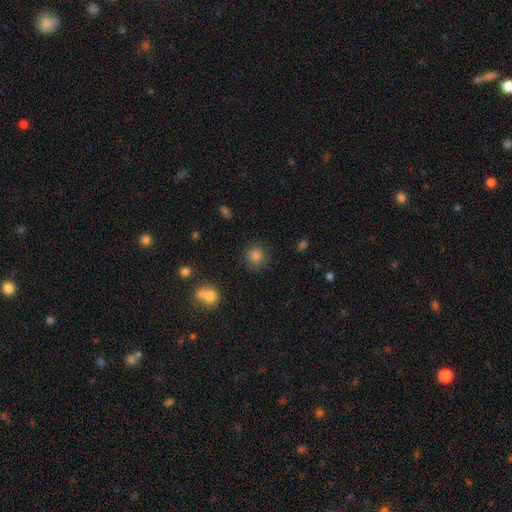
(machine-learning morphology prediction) Smooth or featured?
  - smooth: 82% *
  - star or artifact: 12%
  - featured or disk: 6%
How rounded?
  - round: 89% *
  - in between: 10%
  - cigar-shaped: 1%
Merging?
  - none: 88% *
  - minor disturbance: 7%
  - merger: 3%
  - major disturbance: 3%